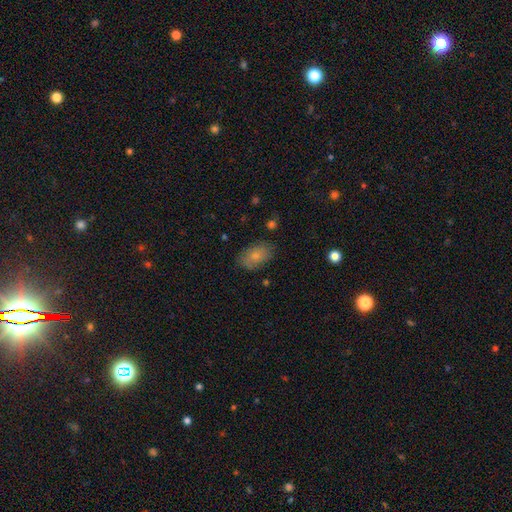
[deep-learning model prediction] smooth_or_featured: smooth (p=0.78) [alt: featured or disk p=0.14]
how_rounded: in between (p=0.90) [alt: round p=0.08]
merging: none (p=0.80) [alt: minor disturbance p=0.15]